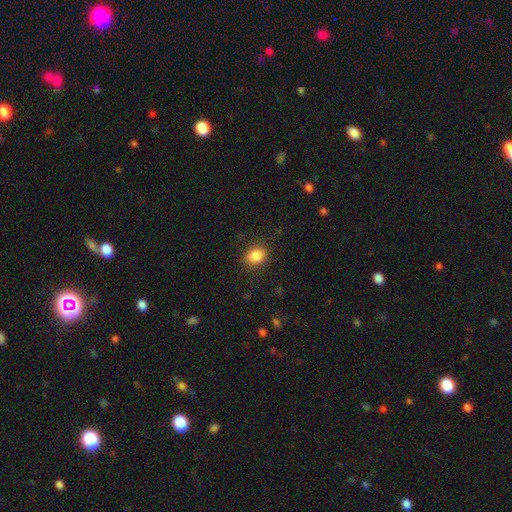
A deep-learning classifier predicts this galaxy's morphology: The model was most divided on "how rounded": round: 53%, in between: 46%, cigar-shaped: 1%. More confident: smooth or featured — smooth (86%); merging — none (86%).